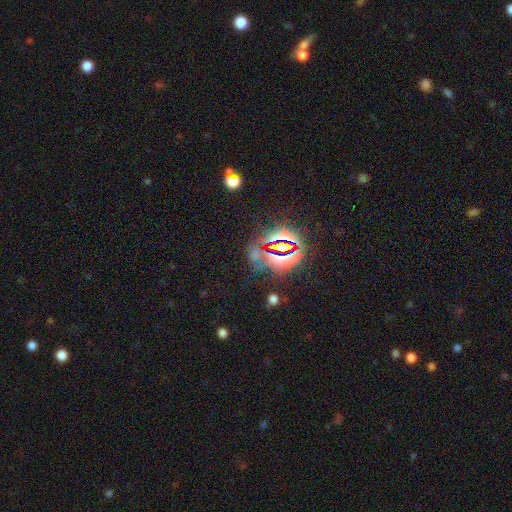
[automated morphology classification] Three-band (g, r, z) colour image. It shows a star or artifact, not a galaxy (76%).